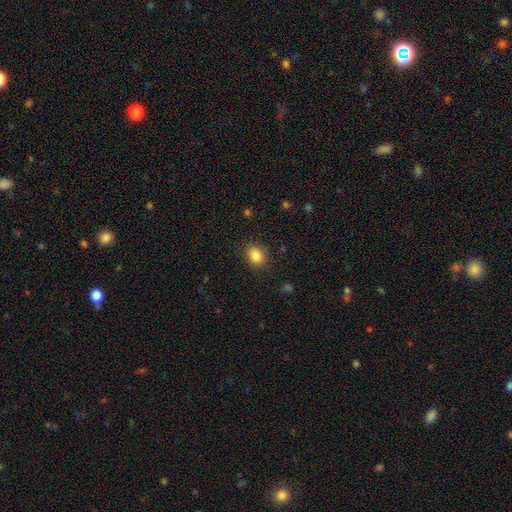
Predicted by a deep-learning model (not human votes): Smooth or featured?
  - smooth: 86% *
  - star or artifact: 9%
  - featured or disk: 5%
How rounded?
  - in between: 61% *
  - round: 38%
  - cigar-shaped: 1%
Merging?
  - none: 85% *
  - minor disturbance: 11%
  - major disturbance: 3%
  - merger: 1%